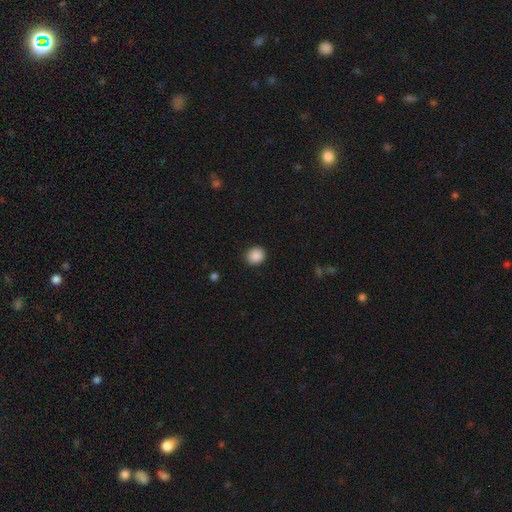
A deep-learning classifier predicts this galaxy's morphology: smooth-or-featured: smooth: 88% | star or artifact: 9% | featured or disk: 3%
  how-rounded: round: 83% | in between: 16% | cigar-shaped: 1%
  merging: none: 90% | minor disturbance: 7% | major disturbance: 2% | merger: 1%